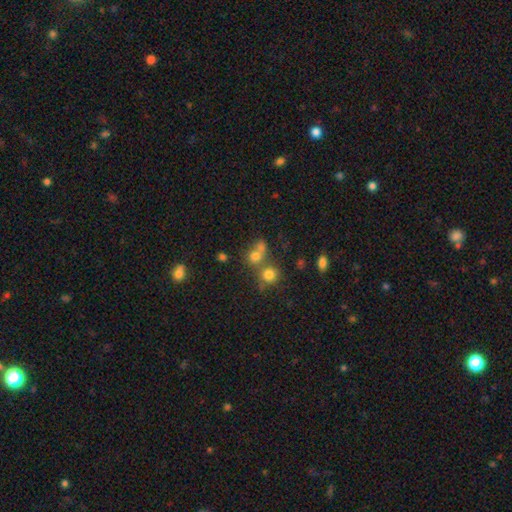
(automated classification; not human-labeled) Smooth or featured?
  - smooth: 71% *
  - star or artifact: 18%
  - featured or disk: 11%
How rounded?
  - round: 78% *
  - in between: 20%
  - cigar-shaped: 1%
Merging?
  - none: 45% *
  - merger: 42%
  - minor disturbance: 8%
  - major disturbance: 5%